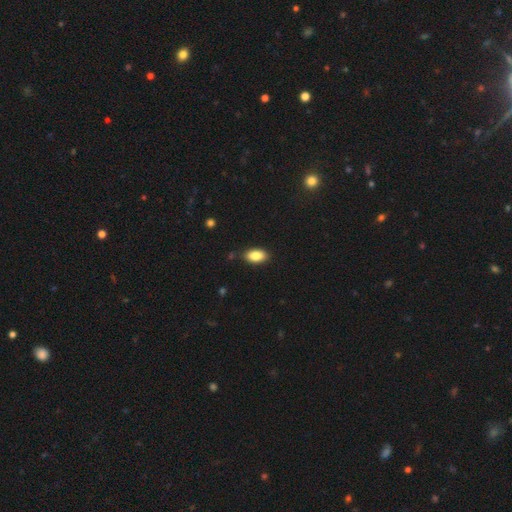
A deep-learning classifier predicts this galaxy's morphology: Smooth or featured? smooth (87%)
How rounded? in between (93%)
Merging? none (85%)